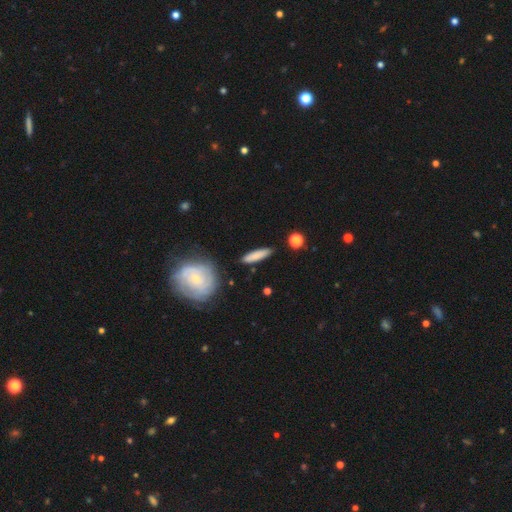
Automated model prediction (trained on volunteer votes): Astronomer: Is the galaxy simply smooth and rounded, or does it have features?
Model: smooth — 76%.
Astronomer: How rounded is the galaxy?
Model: cigar-shaped — 79%.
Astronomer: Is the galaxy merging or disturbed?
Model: none — 86%.